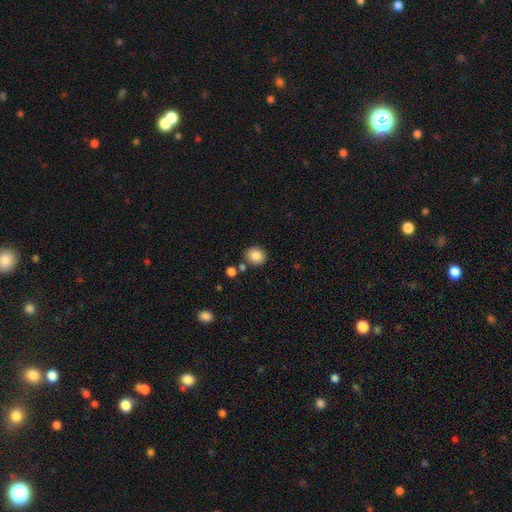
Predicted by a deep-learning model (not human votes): Smooth or featured?
  - smooth: 86% *
  - star or artifact: 10%
  - featured or disk: 5%
How rounded?
  - round: 73% *
  - in between: 26%
  - cigar-shaped: 1%
Merging?
  - none: 79% *
  - minor disturbance: 10%
  - merger: 8%
  - major disturbance: 3%